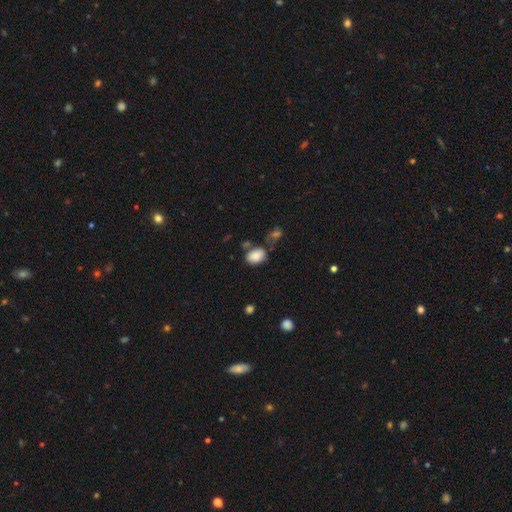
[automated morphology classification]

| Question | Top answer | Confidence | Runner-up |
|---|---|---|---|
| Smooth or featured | smooth | 86% | star or artifact (8%) |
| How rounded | in between | 82% | round (17%) |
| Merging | none | 55% | minor disturbance (23%) |